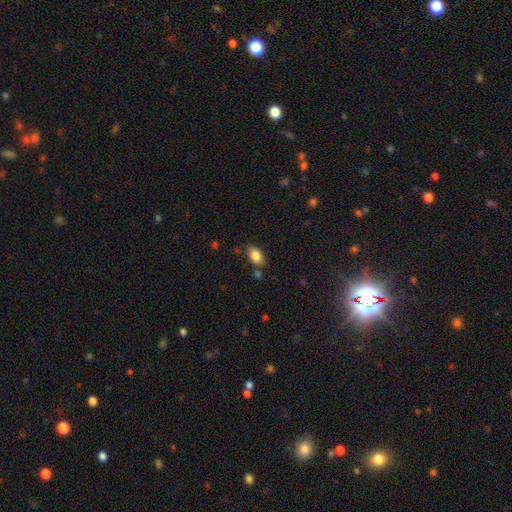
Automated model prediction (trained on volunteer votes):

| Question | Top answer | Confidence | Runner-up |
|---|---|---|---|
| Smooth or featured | smooth | 84% | star or artifact (8%) |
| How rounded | in between | 90% | round (7%) |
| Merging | none | 75% | minor disturbance (15%) |